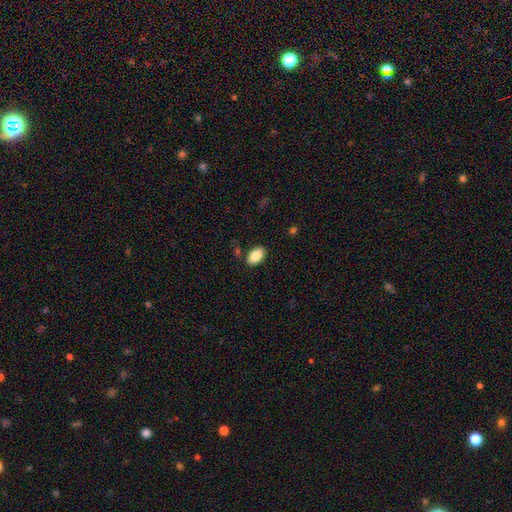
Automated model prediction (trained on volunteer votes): This is clearly a smooth galaxy (87%). How rounded: clearly in between (92%). Merging: clearly none (85%).